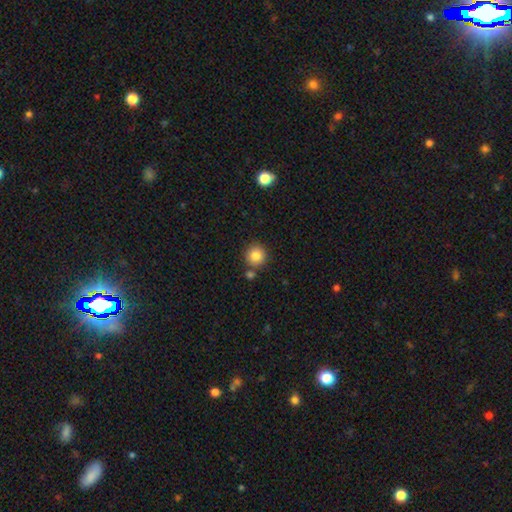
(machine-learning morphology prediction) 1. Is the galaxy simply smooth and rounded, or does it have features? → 84% smooth, 10% star or artifact, 6% featured or disk.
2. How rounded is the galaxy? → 94% round, 5% in between, 1% cigar-shaped.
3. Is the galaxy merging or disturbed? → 79% none, 11% merger, 8% minor disturbance, 2% major disturbance.